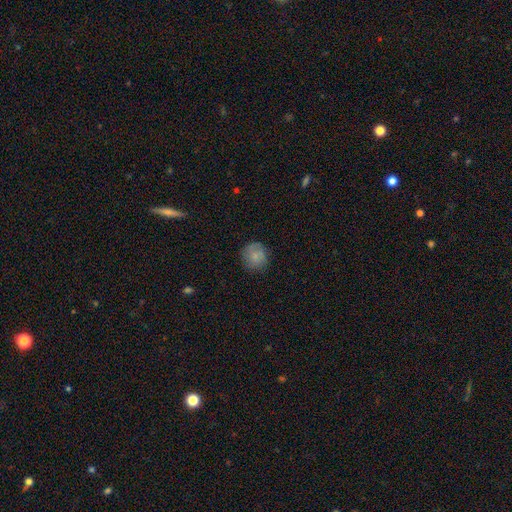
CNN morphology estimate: Q: Smooth or featured?
A: smooth (80%); runner-up: featured or disk (11%)
Q: How rounded?
A: round (92%); runner-up: in between (7%)
Q: Merging?
A: none (80%); runner-up: minor disturbance (15%)